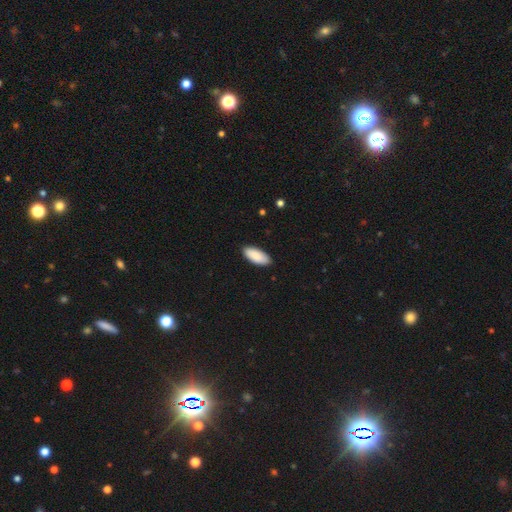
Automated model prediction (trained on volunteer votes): This appears to be a smooth galaxy with no disk features (90%) that is in between round and cigar-shaped (90%). Merging: none (88%).